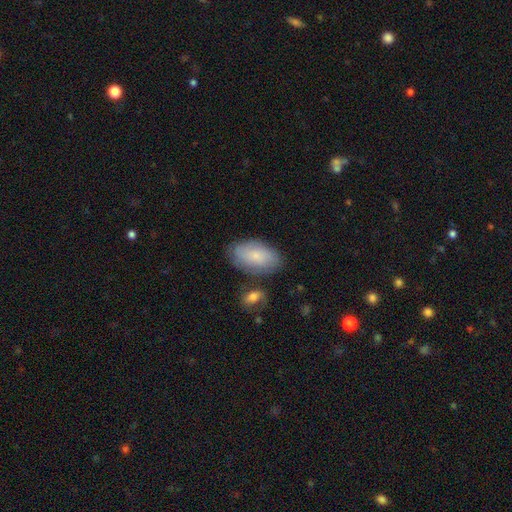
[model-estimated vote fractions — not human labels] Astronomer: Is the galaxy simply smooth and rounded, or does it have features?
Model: smooth — 75%.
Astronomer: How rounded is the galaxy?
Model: in between — 94%.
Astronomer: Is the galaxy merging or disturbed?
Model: none — 72%.